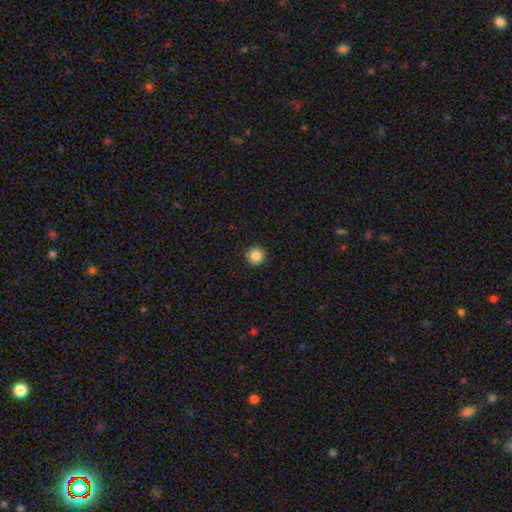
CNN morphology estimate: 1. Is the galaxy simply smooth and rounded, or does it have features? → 88% smooth, 9% star or artifact, 3% featured or disk.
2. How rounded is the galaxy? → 96% round, 3% in between, 1% cigar-shaped.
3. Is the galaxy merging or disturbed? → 93% none, 4% minor disturbance, 1% major disturbance, 1% merger.